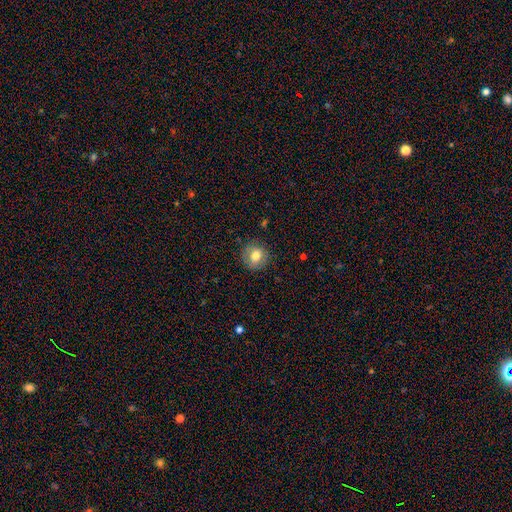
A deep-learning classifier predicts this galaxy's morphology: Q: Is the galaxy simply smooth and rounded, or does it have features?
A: smooth — 75%.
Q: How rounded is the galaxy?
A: round — 86%.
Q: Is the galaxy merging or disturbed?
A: none — 85%.